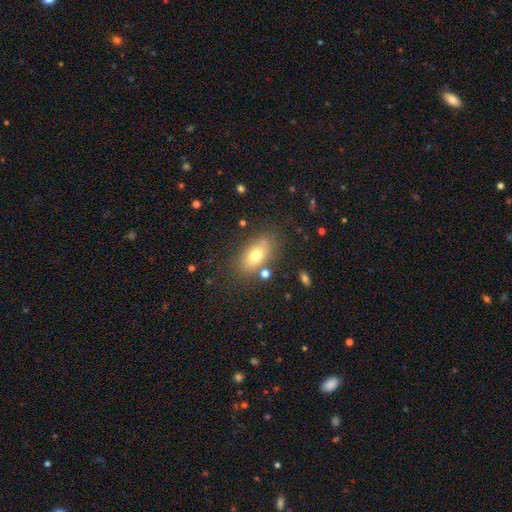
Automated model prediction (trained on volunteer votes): Overall: smooth (74%). How rounded: in between (86%). Merging: none (76%).